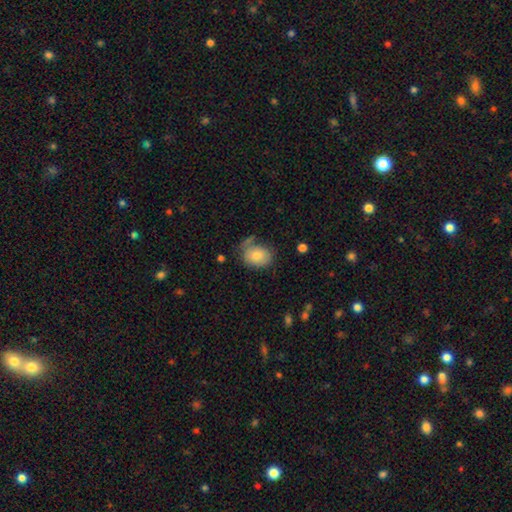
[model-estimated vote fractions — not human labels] smooth-or-featured: smooth: 77% | featured or disk: 15% | star or artifact: 8%
  how-rounded: in between: 53% | round: 46% | cigar-shaped: 1%
  merging: none: 60% | minor disturbance: 23% | major disturbance: 9% | merger: 8%